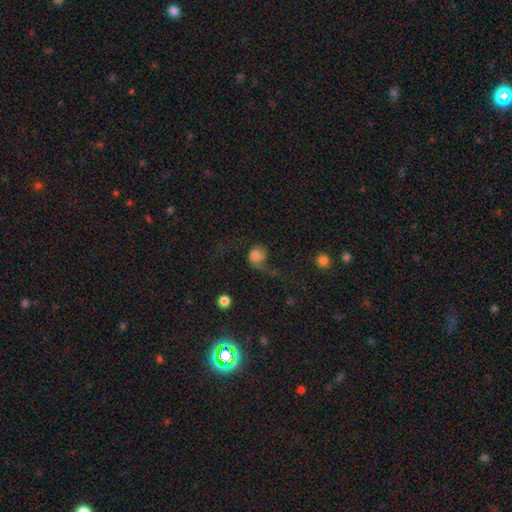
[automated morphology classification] smooth-or-featured: smooth: 65% | featured or disk: 25% | star or artifact: 10%
  how-rounded: round: 76% | in between: 23% | cigar-shaped: 1%
  merging: major disturbance: 48% | none: 29% | minor disturbance: 19% | merger: 4%